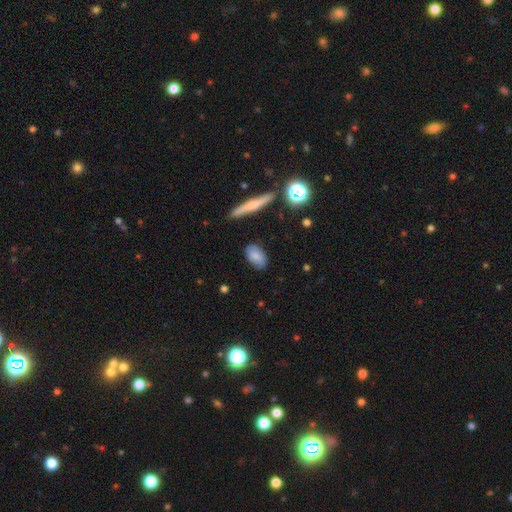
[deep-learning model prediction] Smooth or featured?
  - smooth: 77% *
  - featured or disk: 14%
  - star or artifact: 8%
How rounded?
  - in between: 90% *
  - round: 7%
  - cigar-shaped: 3%
Merging?
  - none: 78% *
  - minor disturbance: 16%
  - major disturbance: 4%
  - merger: 2%